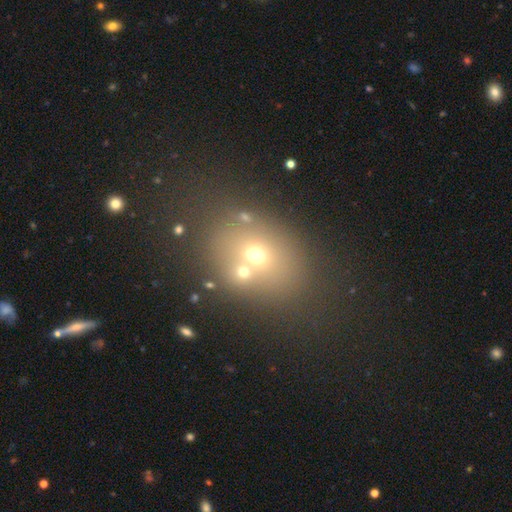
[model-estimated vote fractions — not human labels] A smooth galaxy with no disk features (56%) that is in between round and cigar-shaped (55%).

Vote fractions:
- Smooth or featured? smooth: 56% / star or artifact: 23% / featured or disk: 21%
- How rounded? in between: 55% / round: 44% / cigar-shaped: 1%
- Merging? none: 56% / merger: 28% / minor disturbance: 10% / major disturbance: 6%